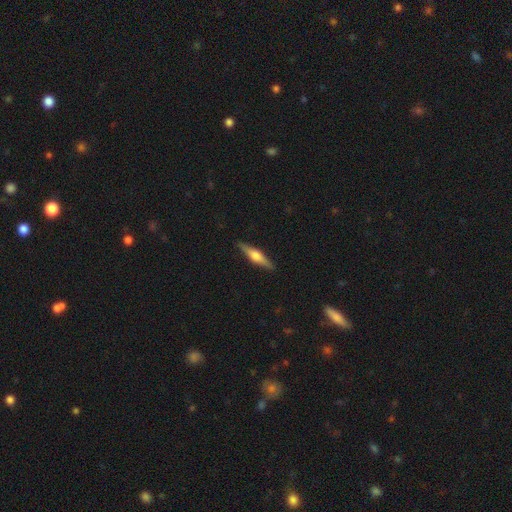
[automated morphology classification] Smooth or featured?
  - featured or disk: 63% *
  - smooth: 31%
  - star or artifact: 6%
Edge-on disk?
  - yes: 97% *
  - no: 3%
Edge-on bulge?
  - rounded: 90% *
  - boxy: 7%
  - none: 3%
Merging?
  - none: 90% *
  - minor disturbance: 7%
  - major disturbance: 2%
  - merger: 1%